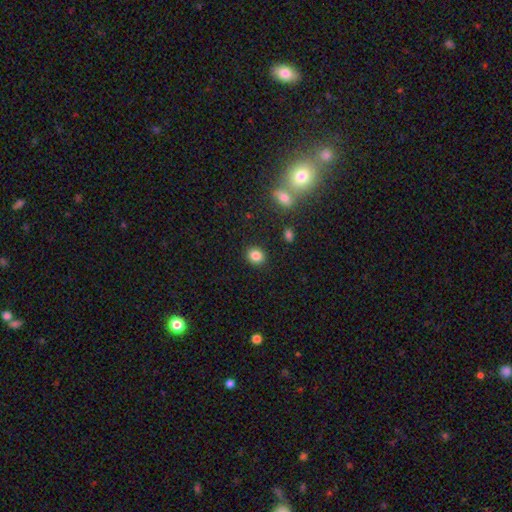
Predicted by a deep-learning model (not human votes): A smooth galaxy with no disk features (85%) that is round (65%).

Vote fractions:
- Smooth or featured? smooth: 85% / star or artifact: 10% / featured or disk: 5%
- How rounded? round: 65% / in between: 34% / cigar-shaped: 1%
- Merging? none: 89% / minor disturbance: 7% / major disturbance: 2% / merger: 2%